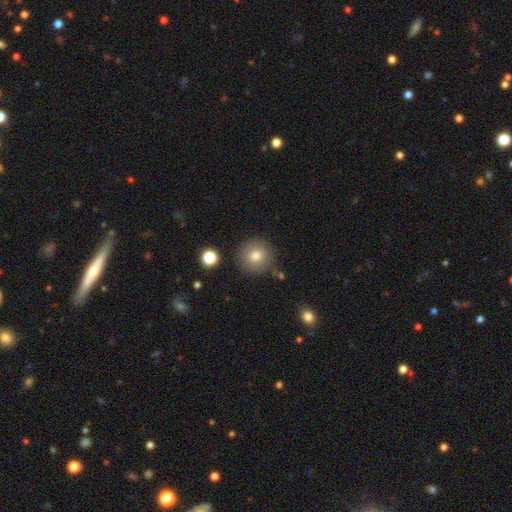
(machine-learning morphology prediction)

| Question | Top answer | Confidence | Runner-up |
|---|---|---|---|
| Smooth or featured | smooth | 80% | star or artifact (10%) |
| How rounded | round | 93% | in between (6%) |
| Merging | none | 84% | minor disturbance (10%) |